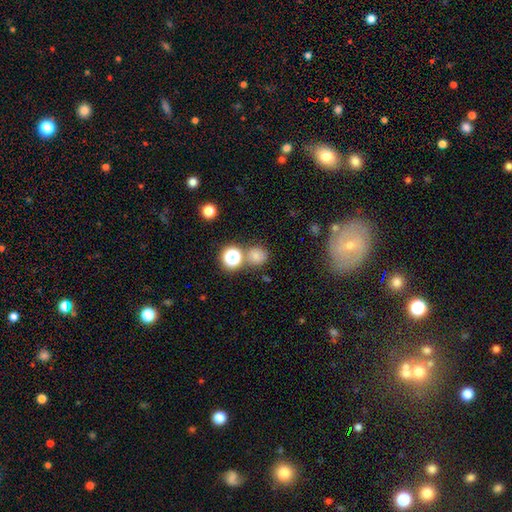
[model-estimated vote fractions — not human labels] This is likely a smooth galaxy (70%). How rounded: clearly round (81%). Merging: likely none (69%).